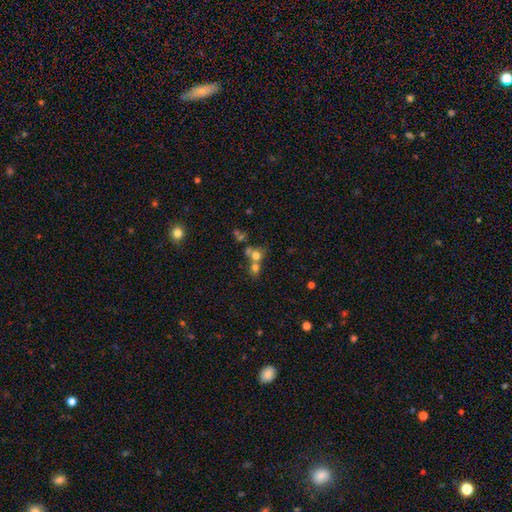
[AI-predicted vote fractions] A smooth galaxy with no disk features (65%) that is round (76%). Merging: merger (57%).